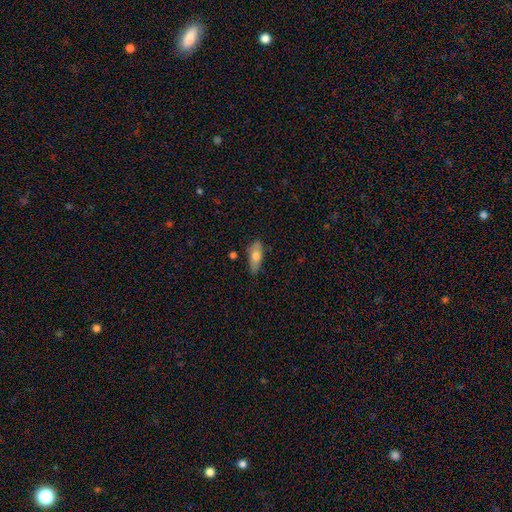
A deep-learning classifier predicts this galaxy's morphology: Smooth or featured?
  - smooth: 68% *
  - featured or disk: 25%
  - star or artifact: 7%
How rounded?
  - in between: 73% *
  - cigar-shaped: 24%
  - round: 3%
Merging?
  - none: 74% *
  - minor disturbance: 19%
  - major disturbance: 4%
  - merger: 3%